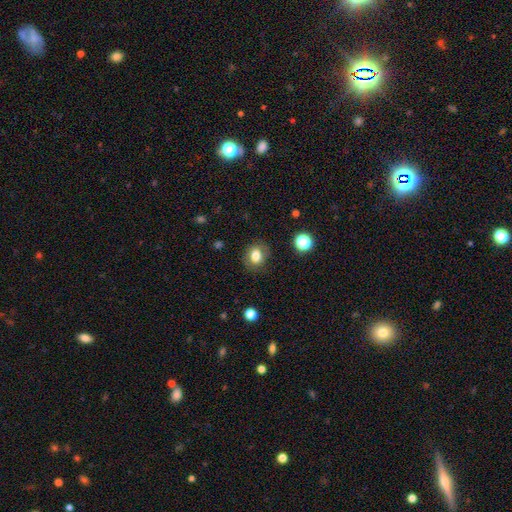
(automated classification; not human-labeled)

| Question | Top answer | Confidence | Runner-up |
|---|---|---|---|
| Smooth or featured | smooth | 78% | featured or disk (12%) |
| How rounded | round | 58% | in between (41%) |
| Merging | none | 82% | minor disturbance (12%) |